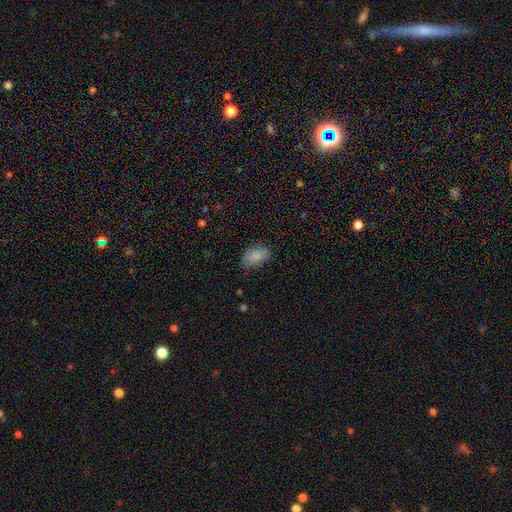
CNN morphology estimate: Overall: smooth (86%). How rounded: in between (91%). Merging: none (72%).